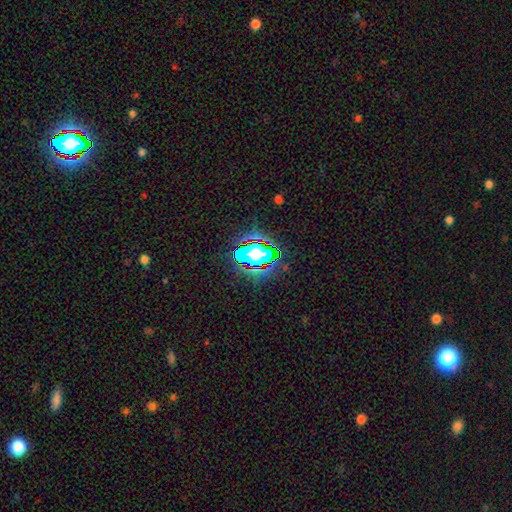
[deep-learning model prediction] star or artifact 80%, smooth 12%, featured or disk 8%.